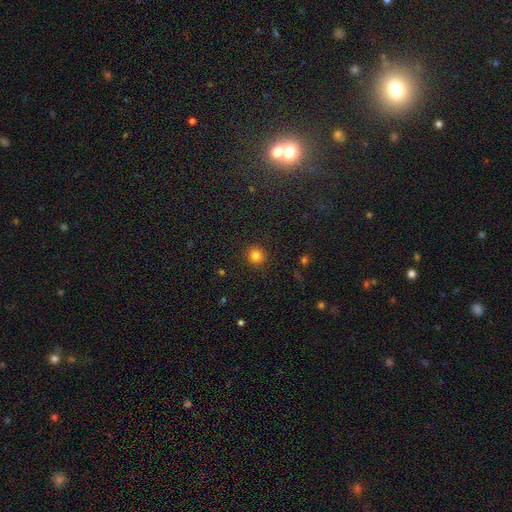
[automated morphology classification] Overall: smooth (83%). How rounded: round (88%). Merging: none (90%).